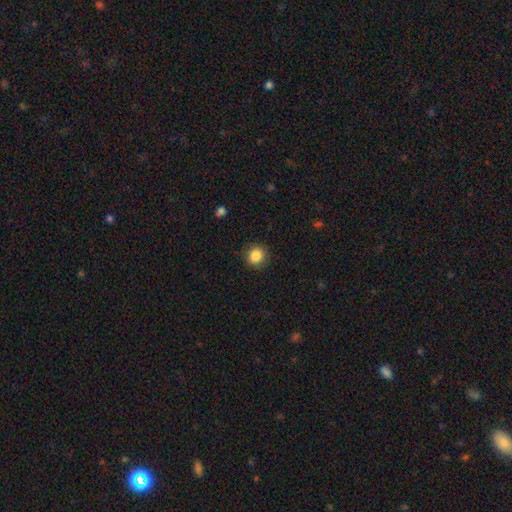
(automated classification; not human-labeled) Smooth or featured? smooth (86%)
How rounded? round (89%)
Merging? none (87%)